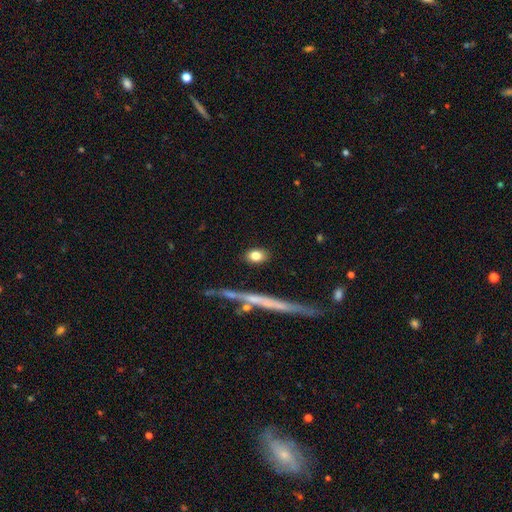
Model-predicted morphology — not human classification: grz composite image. It shows a smooth galaxy with no disk features (79%) that is in between round and cigar-shaped (65%). Merging: none (86%).